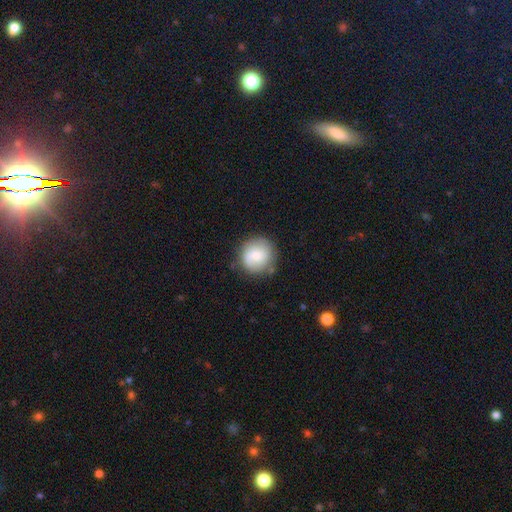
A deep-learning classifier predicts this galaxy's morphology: Smooth or featured? smooth (67%)
How rounded? round (93%)
Merging? none (81%)